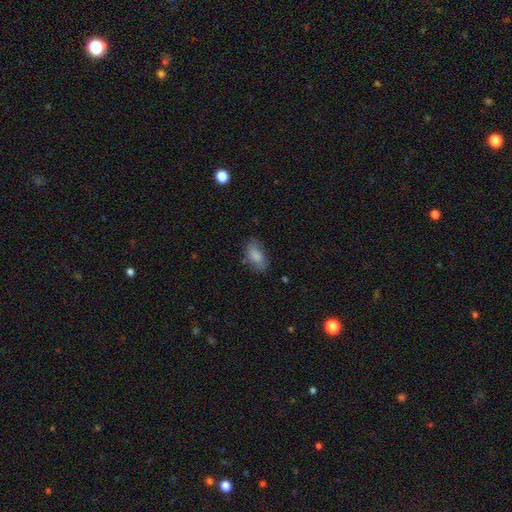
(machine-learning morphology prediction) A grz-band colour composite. It shows a smooth galaxy with no disk features (82%) that is in between round and cigar-shaped (91%). Merging: none (70%).